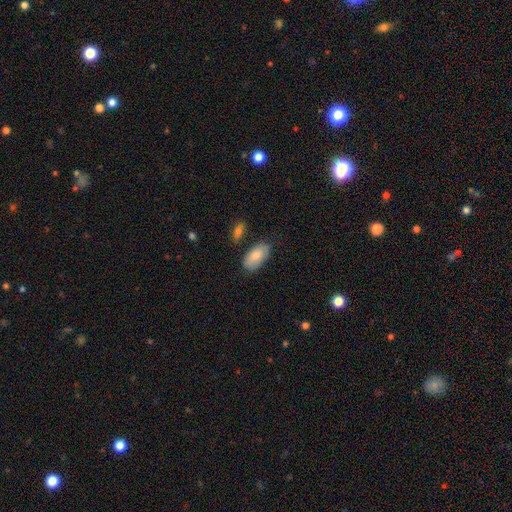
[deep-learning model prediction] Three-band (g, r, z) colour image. It shows a smooth galaxy with no disk features (81%) that is in between round and cigar-shaped (94%). Merging: none (74%).